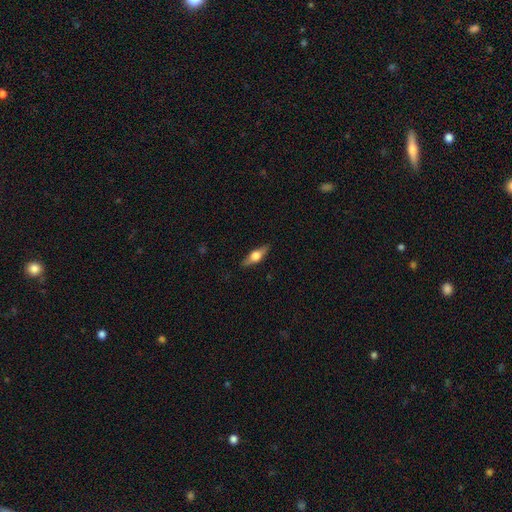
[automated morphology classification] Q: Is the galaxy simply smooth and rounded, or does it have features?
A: featured or disk — 51%.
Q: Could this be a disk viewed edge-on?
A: yes — 92%.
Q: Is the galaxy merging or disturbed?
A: none — 87%.